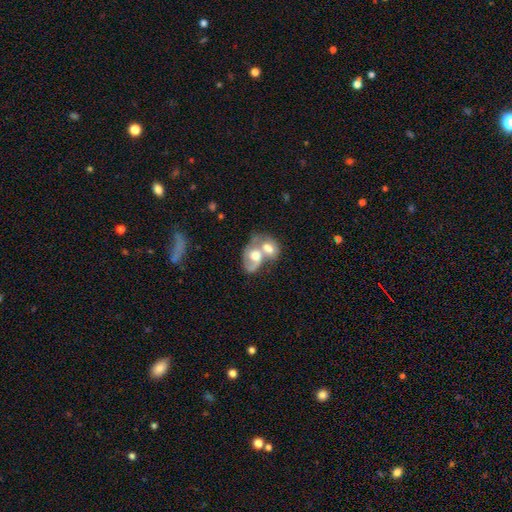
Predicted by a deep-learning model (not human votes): Smooth or featured: featured or disk — 50% (smooth — 43%)
Merging: merger — 79% (none — 9%)